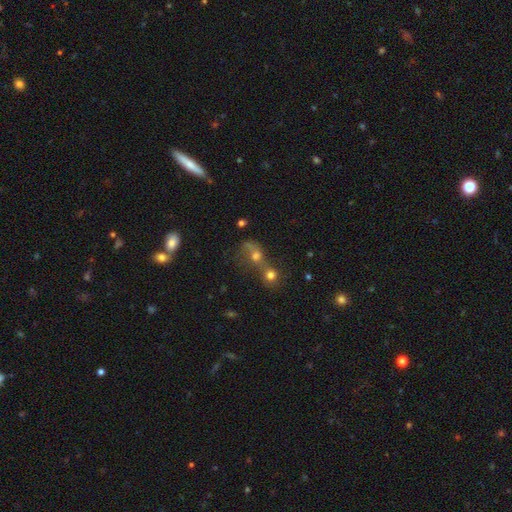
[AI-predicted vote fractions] A smooth galaxy with no disk features (57%) that is round (62%).

Vote fractions:
- Smooth or featured? smooth: 57% / featured or disk: 23% / star or artifact: 20%
- How rounded? round: 62% / in between: 35% / cigar-shaped: 3%
- Merging? merger: 67% / none: 17% / major disturbance: 10% / minor disturbance: 6%